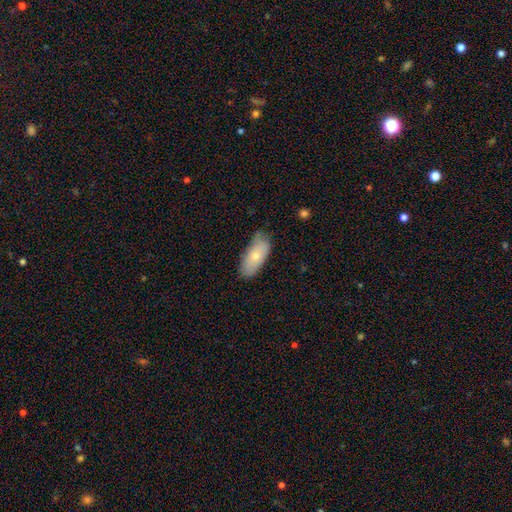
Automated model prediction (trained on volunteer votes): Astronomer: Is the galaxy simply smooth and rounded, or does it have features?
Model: smooth — 72%.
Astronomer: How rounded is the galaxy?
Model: in between — 88%.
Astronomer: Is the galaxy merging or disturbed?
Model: none — 71%.